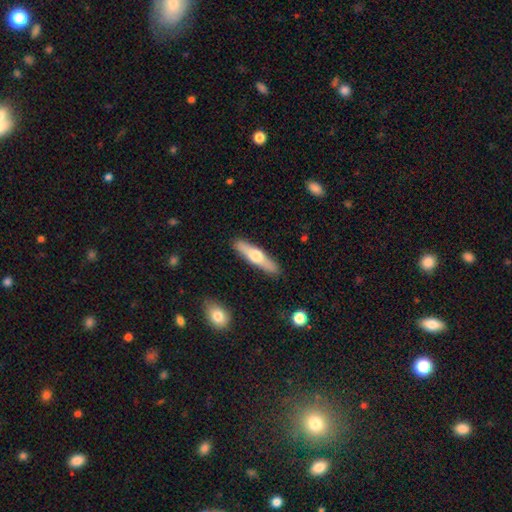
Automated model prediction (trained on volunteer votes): Smooth or featured? Predicted: featured or disk (p=0.50). Edge-on disk? Predicted: yes (p=0.92). Merging? Predicted: none (p=0.89).